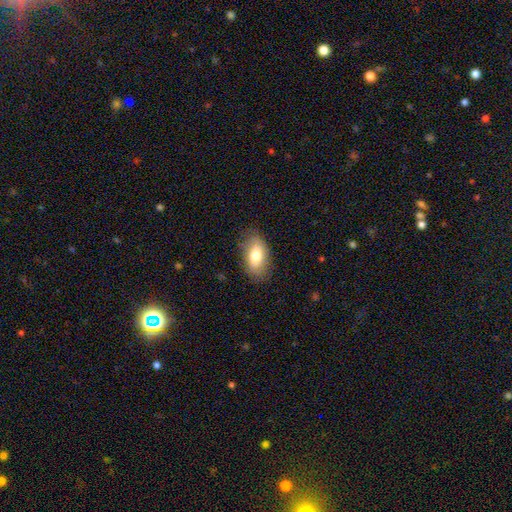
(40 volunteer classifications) Smooth or featured?
  - smooth: 80% *
  - star or artifact: 12%
  - featured or disk: 8%
How rounded?
  - in between: 91% *
  - round: 6%
  - cigar-shaped: 3%
Merging?
  - none: 89% *
  - minor disturbance: 6%
  - major disturbance: 6%
  - merger: 0%